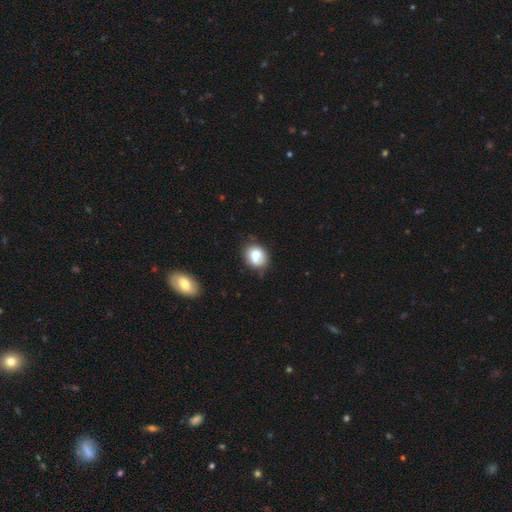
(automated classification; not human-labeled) This is likely a smooth galaxy (74%). How rounded: possibly round (57%). Merging: possibly none (54%).